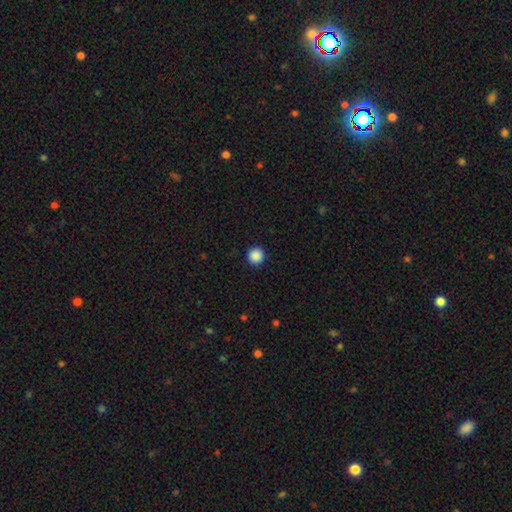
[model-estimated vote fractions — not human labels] Q: Smooth or featured?
A: smooth (88%); runner-up: star or artifact (9%)
Q: How rounded?
A: round (96%); runner-up: in between (3%)
Q: Merging?
A: none (93%); runner-up: minor disturbance (5%)